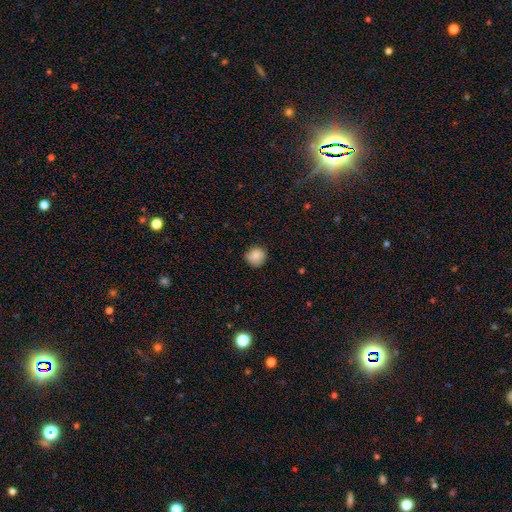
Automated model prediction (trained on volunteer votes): smooth 86%, star or artifact 9%, featured or disk 5%. Down the decision tree: how rounded — round (88%); merging — none (81%).